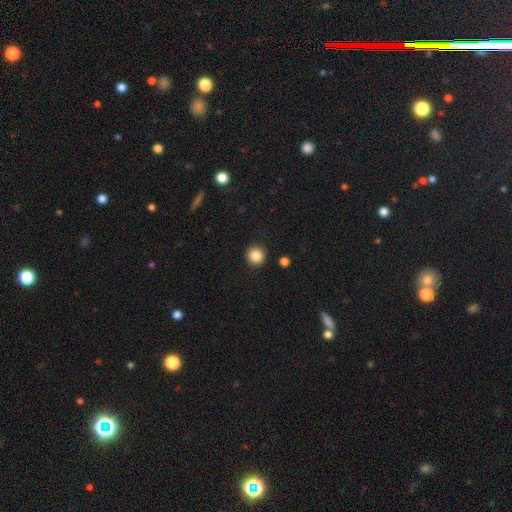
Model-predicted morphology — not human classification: type=smooth (86%); roundness=round (92%); merging=none (91%).